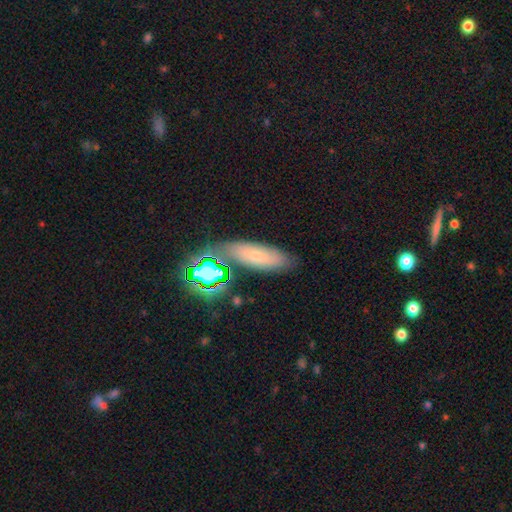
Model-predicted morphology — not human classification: Smooth or featured? smooth (61%)
How rounded? in between (55%)
Merging? none (75%)